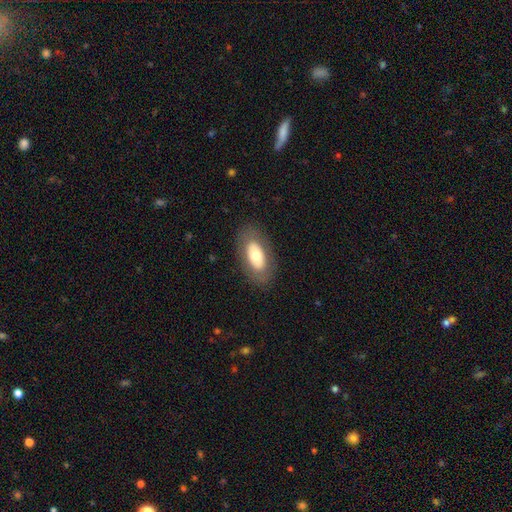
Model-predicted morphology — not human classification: The model was most divided on "smooth or featured": smooth: 61%, featured or disk: 32%, star or artifact: 6%. More confident: how rounded — in between (91%); merging — none (83%).